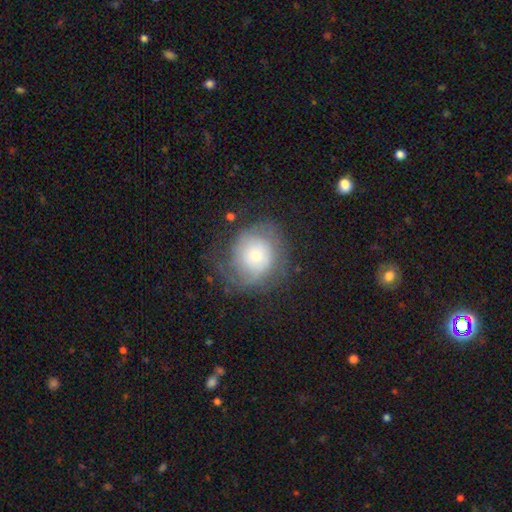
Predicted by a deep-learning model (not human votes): featured or disk 47%, smooth 44%, star or artifact 9%. Down the decision tree: merging — none (56%).